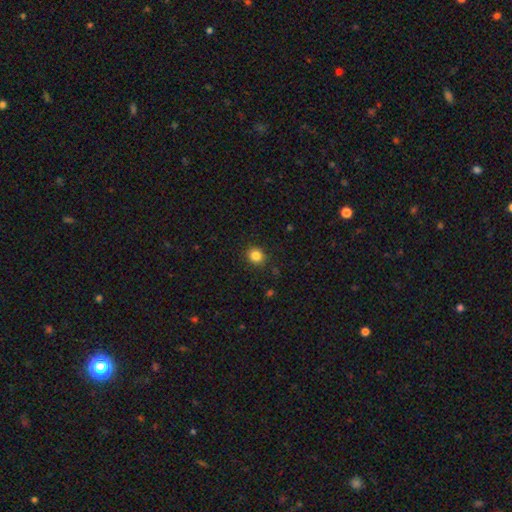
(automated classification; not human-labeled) Smooth or featured: smooth — 85% (star or artifact — 11%)
How rounded: round — 85% (in between — 14%)
Merging: none — 90% (minor disturbance — 7%)